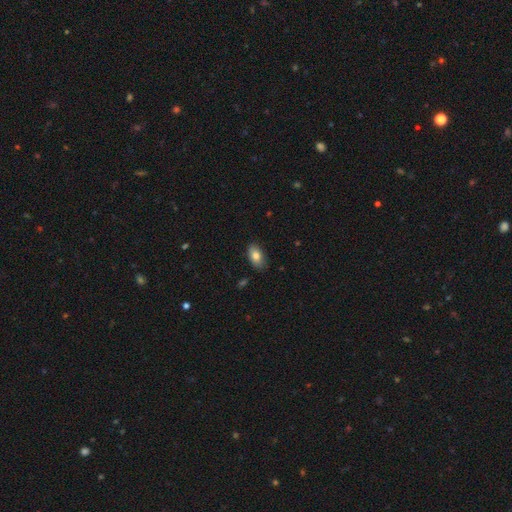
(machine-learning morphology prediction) A smooth galaxy with no disk features (81%) that is in between round and cigar-shaped (92%). Merging: none (85%).